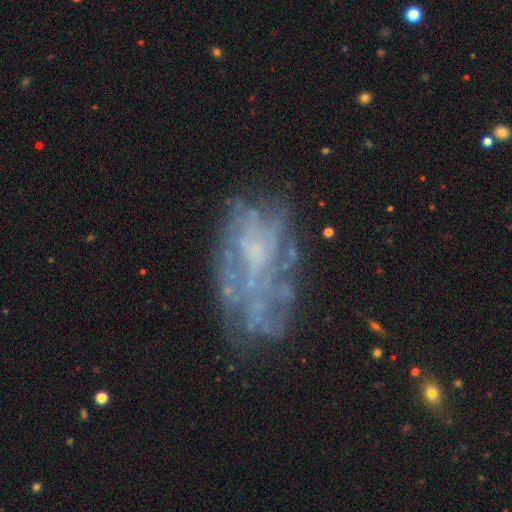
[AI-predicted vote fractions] Smooth or featured? Predicted: featured or disk (p=0.66). Edge-on disk? Predicted: no (p=0.96). Bar? Predicted: no (p=0.79). Spiral arms? Predicted: no (p=0.60). Bulge size? Predicted: none (p=0.57). Merging? Predicted: none (p=0.52).